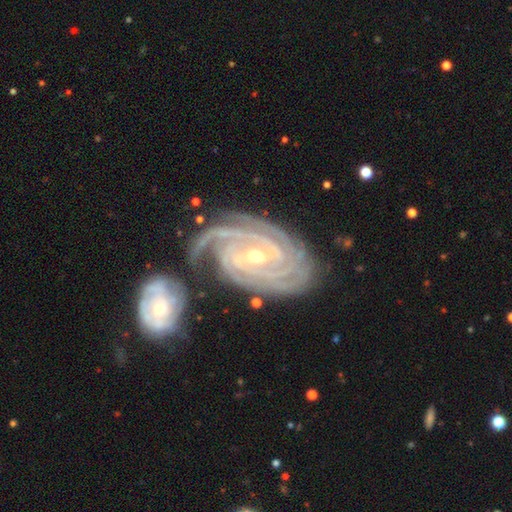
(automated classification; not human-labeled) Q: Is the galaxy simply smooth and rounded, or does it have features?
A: featured or disk — 92%.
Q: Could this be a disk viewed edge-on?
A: no — 97%.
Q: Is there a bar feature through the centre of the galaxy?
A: weak — 43%.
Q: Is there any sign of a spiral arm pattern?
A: yes — 99%.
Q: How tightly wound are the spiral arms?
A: tight — 83%.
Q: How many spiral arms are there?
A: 4 — 29%.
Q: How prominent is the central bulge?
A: small — 53%.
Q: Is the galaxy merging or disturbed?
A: none — 59%.